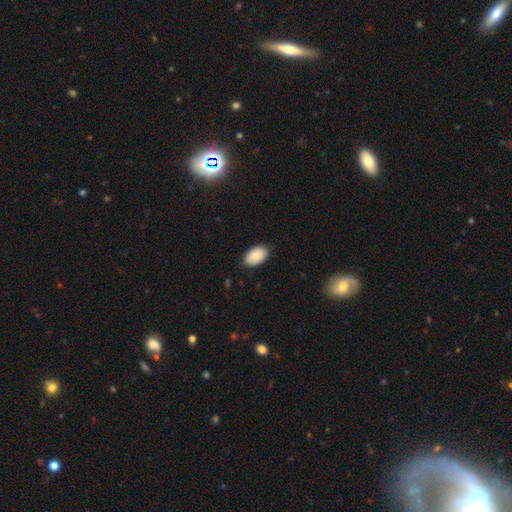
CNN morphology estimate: Overall: smooth (83%). How rounded: in between (93%). Merging: none (86%).